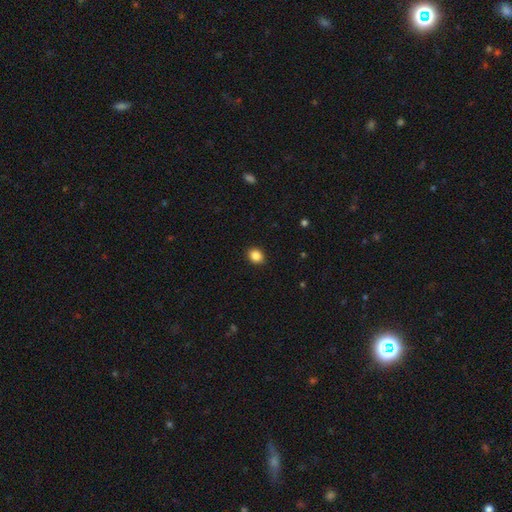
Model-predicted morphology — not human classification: Smooth or featured: smooth — 86% (star or artifact — 10%)
How rounded: round — 56% (in between — 43%)
Merging: none — 91% (minor disturbance — 6%)